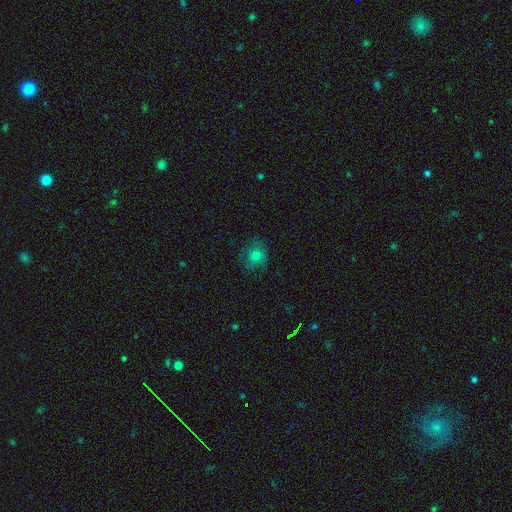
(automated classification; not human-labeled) smooth-or-featured: smooth: 62% | featured or disk: 20% | star or artifact: 18%
  how-rounded: round: 77% | in between: 22% | cigar-shaped: 1%
  merging: none: 73% | minor disturbance: 17% | major disturbance: 9% | merger: 1%